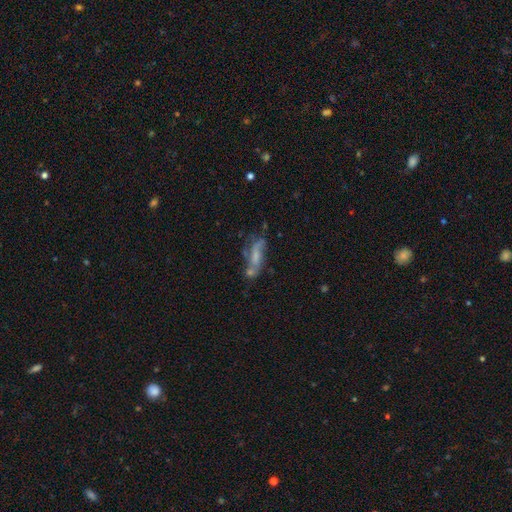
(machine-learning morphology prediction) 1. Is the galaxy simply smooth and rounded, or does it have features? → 49% featured or disk, 40% smooth, 12% star or artifact.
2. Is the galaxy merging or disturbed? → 37% none, 24% merger, 21% minor disturbance, 18% major disturbance.